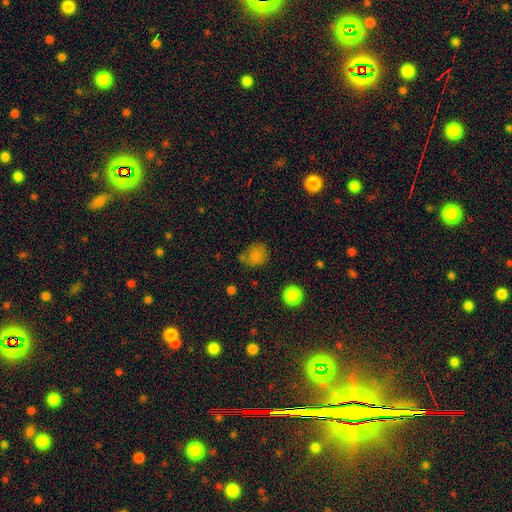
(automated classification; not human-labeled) This is likely a smooth galaxy (79%). How rounded: likely round (75%). Merging: likely none (64%).